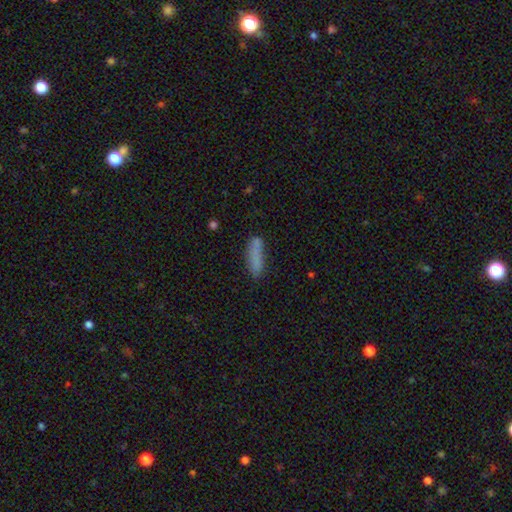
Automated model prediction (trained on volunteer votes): A smooth galaxy with no disk features (81%) that is cigar-shaped (71%). Merging: none (73%).